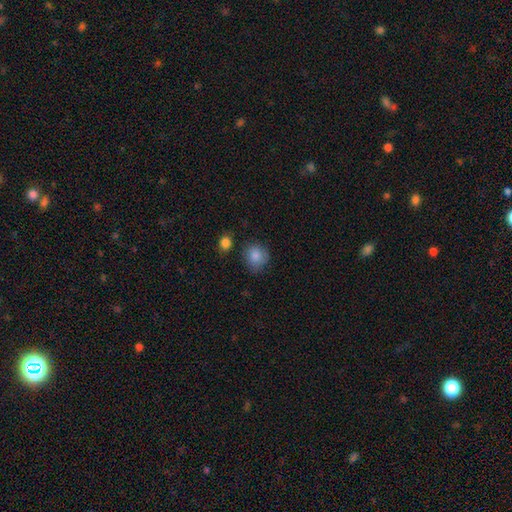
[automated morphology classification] Smooth or featured: smooth — 86% (star or artifact — 8%)
How rounded: round — 81% (in between — 18%)
Merging: none — 73% (minor disturbance — 19%)